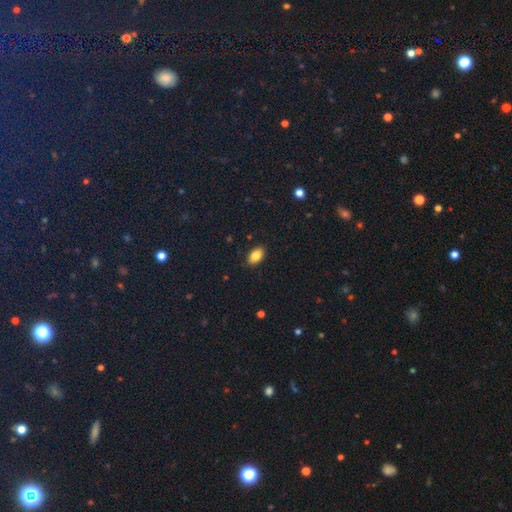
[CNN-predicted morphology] A smooth galaxy with no disk features (84%) that is in between round and cigar-shaped (91%).

Vote fractions:
- Smooth or featured? smooth: 84% / star or artifact: 9% / featured or disk: 8%
- How rounded? in between: 91% / round: 7% / cigar-shaped: 2%
- Merging? none: 88% / minor disturbance: 9% / major disturbance: 2% / merger: 1%